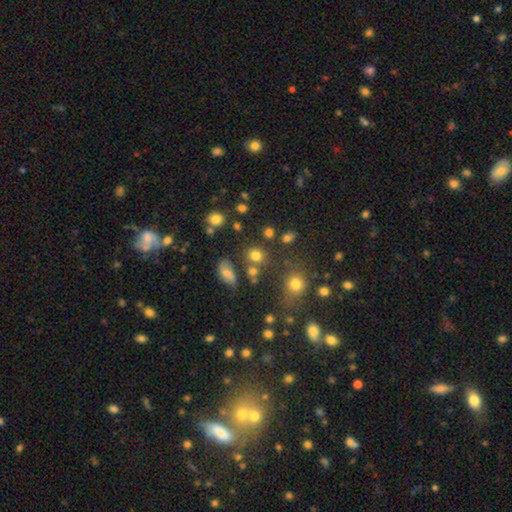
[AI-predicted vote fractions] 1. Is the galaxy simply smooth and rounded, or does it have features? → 75% smooth, 17% star or artifact, 8% featured or disk.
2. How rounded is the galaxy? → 74% round, 24% in between, 1% cigar-shaped.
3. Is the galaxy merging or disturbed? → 70% none, 13% merger, 12% minor disturbance, 5% major disturbance.